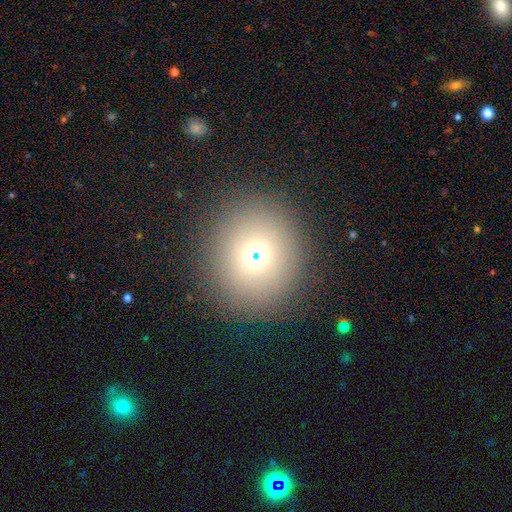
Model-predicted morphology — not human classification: The model was most divided on "smooth or featured": smooth: 65%, star or artifact: 22%, featured or disk: 13%. More confident: merging — none (87%); how rounded — round (84%).